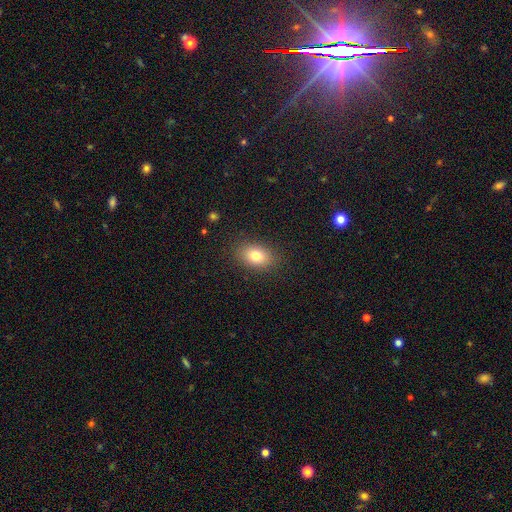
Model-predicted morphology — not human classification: Overall: smooth (59%; star or artifact 30%). How rounded: in between (74%). Merging: none (89%).